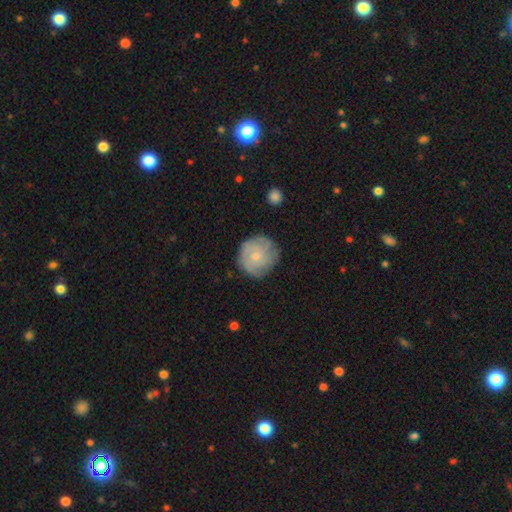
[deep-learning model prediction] smooth-or-featured: featured or disk: 57% | smooth: 37% | star or artifact: 6%
  disk-edge-on: no: 98% | yes: 2%
    bar: no: 77% | weak: 21% | strong: 2%
    has-spiral-arms: yes: 86% | no: 14%
    bulge-size: small: 56% | moderate: 36% | none: 5% | large: 2% | dominant: 1%
  merging: none: 76% | minor disturbance: 17% | major disturbance: 5% | merger: 1%